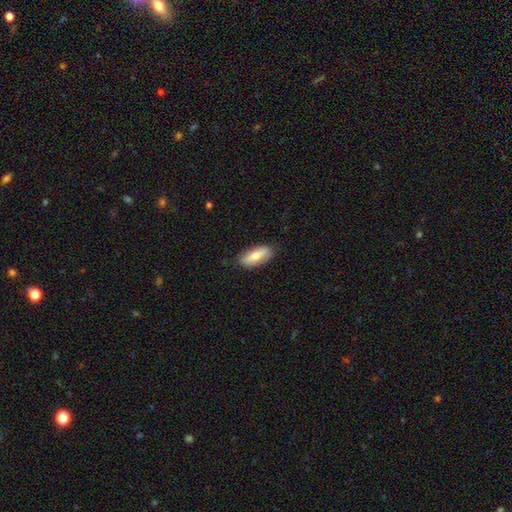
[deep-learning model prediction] Smooth or featured: smooth — 63% (featured or disk — 31%)
How rounded: in between — 77% (cigar-shaped — 20%)
Merging: none — 82% (minor disturbance — 14%)